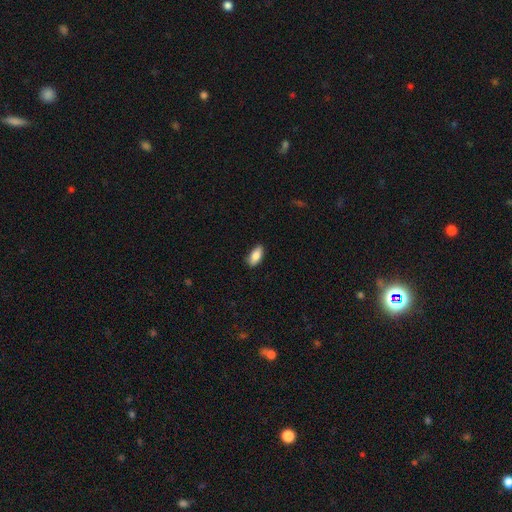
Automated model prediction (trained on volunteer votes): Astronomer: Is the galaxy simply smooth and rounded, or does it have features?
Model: smooth — 84%.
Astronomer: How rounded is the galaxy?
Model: in between — 89%.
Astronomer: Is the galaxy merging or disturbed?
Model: none — 85%.